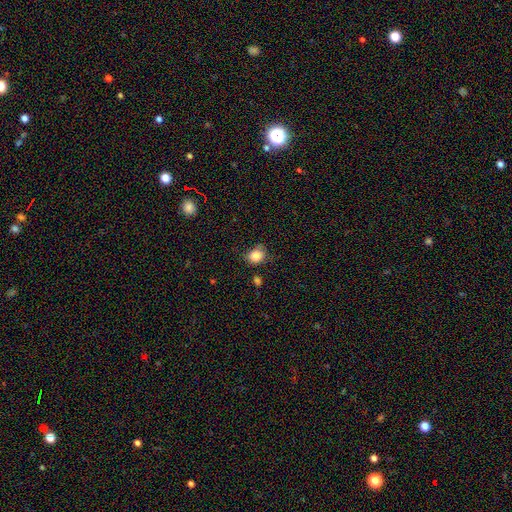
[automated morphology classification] smooth-or-featured: smooth: 84% | star or artifact: 10% | featured or disk: 6%
  how-rounded: round: 66% | in between: 33% | cigar-shaped: 1%
  merging: none: 65% | minor disturbance: 25% | major disturbance: 6% | merger: 4%